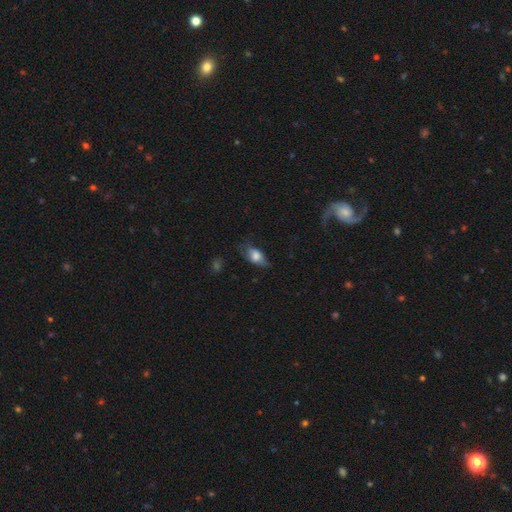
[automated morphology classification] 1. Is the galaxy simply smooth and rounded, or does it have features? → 72% smooth, 20% featured or disk, 8% star or artifact.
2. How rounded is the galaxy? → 86% in between, 7% round, 7% cigar-shaped.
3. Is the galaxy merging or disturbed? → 52% none, 33% minor disturbance, 13% major disturbance, 2% merger.